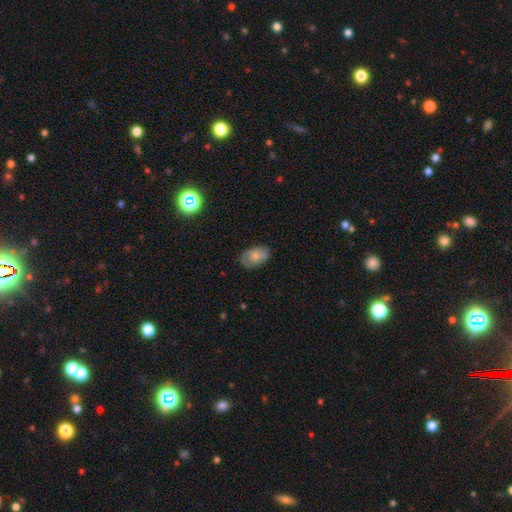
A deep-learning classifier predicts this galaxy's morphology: smooth_or_featured: smooth (p=0.69) [alt: featured or disk p=0.23]
how_rounded: in between (p=0.87) [alt: round p=0.11]
merging: none (p=0.74) [alt: minor disturbance p=0.20]